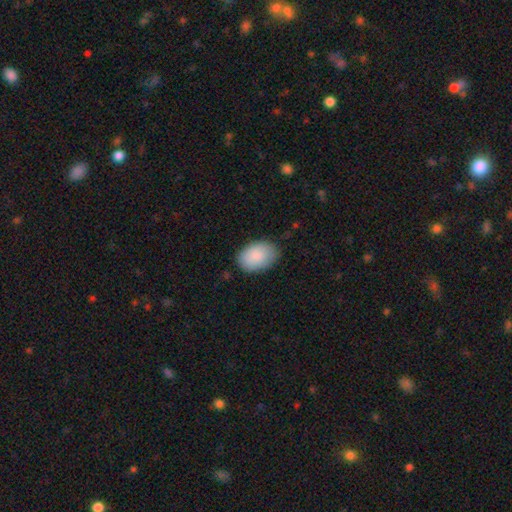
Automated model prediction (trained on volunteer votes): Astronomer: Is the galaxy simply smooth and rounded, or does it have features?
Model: smooth — 88%.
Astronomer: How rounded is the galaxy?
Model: in between — 86%.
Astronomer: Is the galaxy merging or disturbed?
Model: none — 80%.